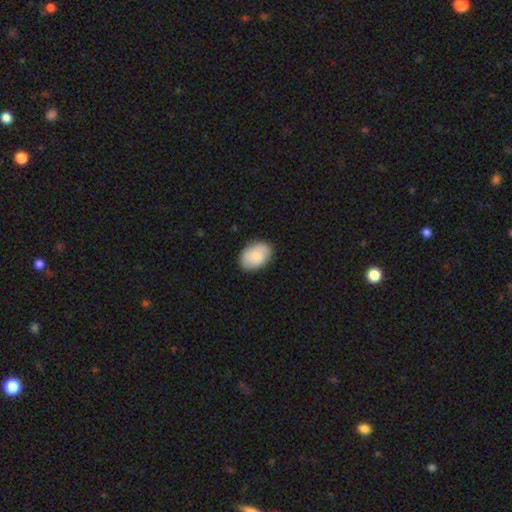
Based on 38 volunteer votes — Q: Smooth or featured?
A: smooth (89%); runner-up: featured or disk (8%)
Q: How rounded?
A: in between (85%); runner-up: round (9%)
Q: Merging?
A: none (68%); runner-up: minor disturbance (24%)